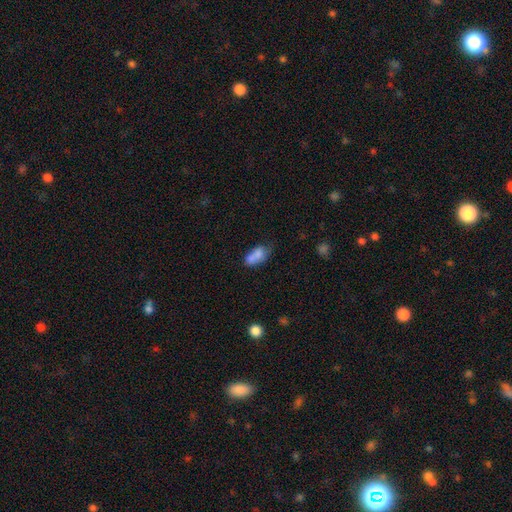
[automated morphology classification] type=smooth (73%); roundness=in between (83%); merging=merger (44%).